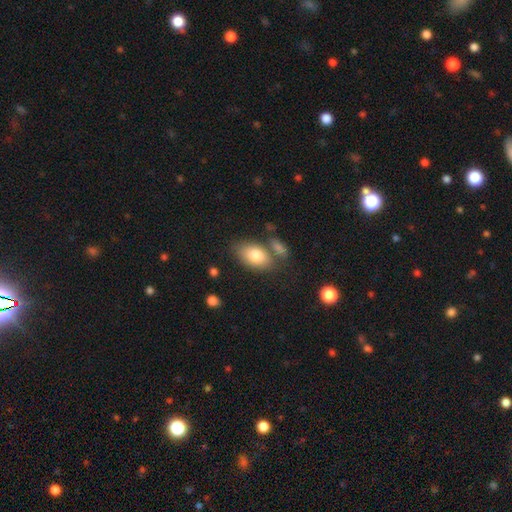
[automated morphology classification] smooth_or_featured: smooth (p=0.79) [alt: featured or disk p=0.14]
how_rounded: in between (p=0.90) [alt: round p=0.08]
merging: none (p=0.63) [alt: minor disturbance p=0.16]